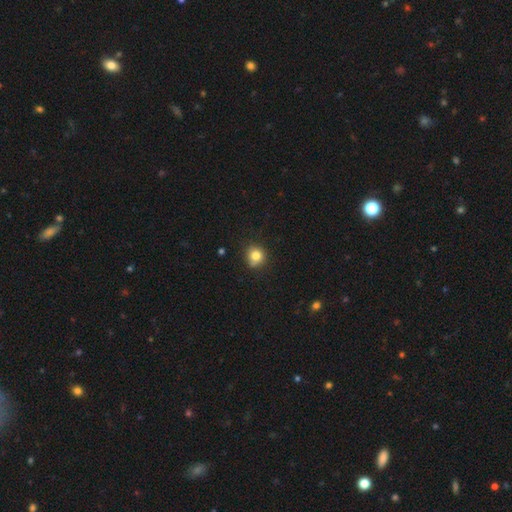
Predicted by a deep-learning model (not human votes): Smooth or featured? Predicted: smooth (p=0.81). How rounded? Predicted: round (p=0.87). Merging? Predicted: none (p=0.73).